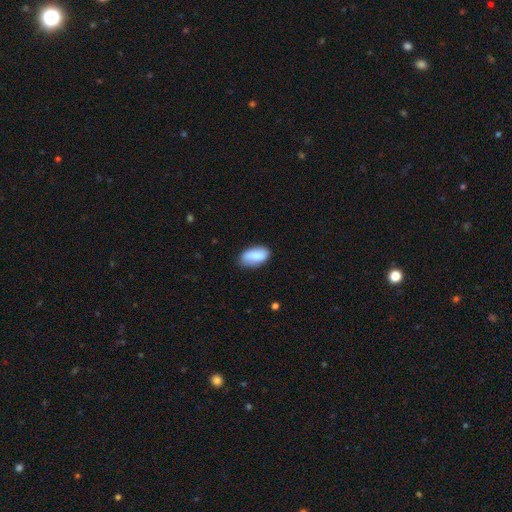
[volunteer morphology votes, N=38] Smooth or featured? smooth (87%)
How rounded? in between (100%)
Merging? none (49%)